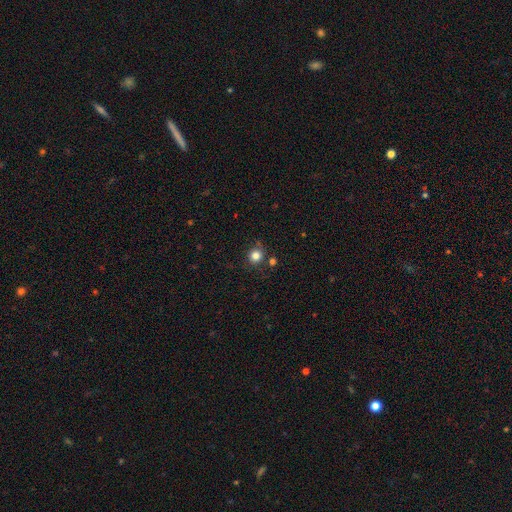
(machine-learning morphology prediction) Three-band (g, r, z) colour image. It shows a smooth galaxy with no disk features (81%) that is round (89%). Merging: none (81%).